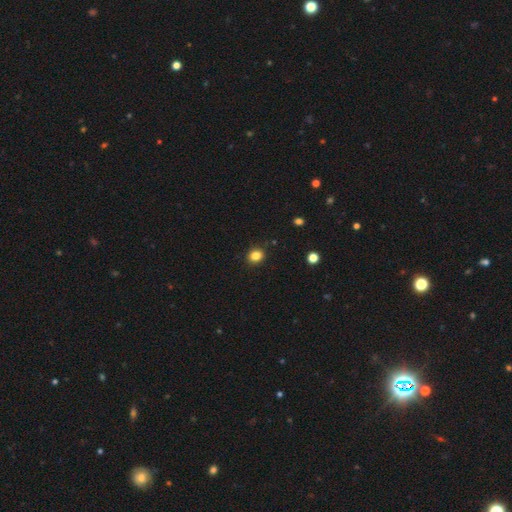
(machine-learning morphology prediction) Q: Smooth or featured?
A: smooth (84%); runner-up: star or artifact (12%)
Q: How rounded?
A: round (72%); runner-up: in between (27%)
Q: Merging?
A: none (90%); runner-up: minor disturbance (7%)